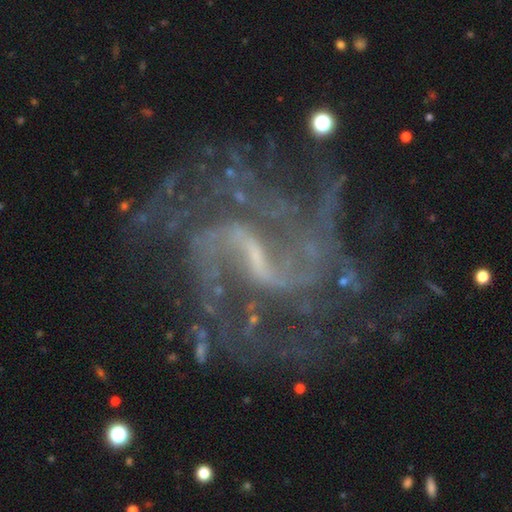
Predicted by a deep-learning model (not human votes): Smooth or featured?
  - featured or disk: 89% *
  - star or artifact: 7%
  - smooth: 3%
Edge-on disk?
  - no: 98% *
  - yes: 2%
Bar?
  - weak: 53% *
  - strong: 34%
  - no: 13%
Spiral arms?
  - yes: 96% *
  - no: 4%
Spiral winding?
  - medium: 50% *
  - loose: 30%
  - tight: 20%
Spiral arm count?
  - 2: 48% *
  - can't tell: 18%
  - 3: 12%
  - 4: 8%
  - 1: 7%
  - more than 4: 7%
Bulge size?
  - small: 57% *
  - none: 26%
  - moderate: 14%
  - large: 1%
  - dominant: 1%
Merging?
  - none: 63% *
  - major disturbance: 18%
  - minor disturbance: 16%
  - merger: 3%